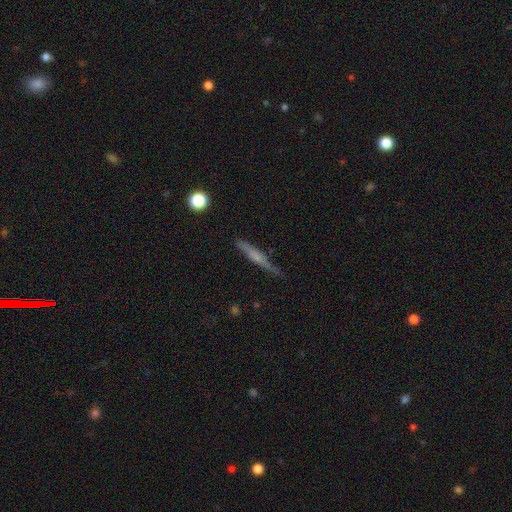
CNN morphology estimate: Smooth or featured: featured or disk — 49% (smooth — 44%)
Merging: none — 75% (minor disturbance — 19%)